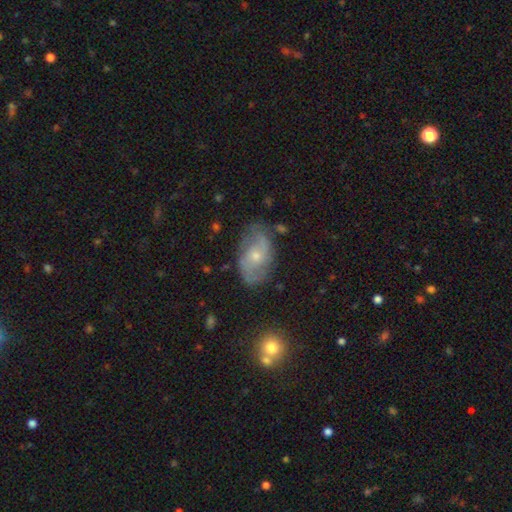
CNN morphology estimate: Smooth or featured?
  - featured or disk: 68% *
  - smooth: 25%
  - star or artifact: 7%
Edge-on disk?
  - no: 95% *
  - yes: 5%
Bar?
  - no: 60% *
  - weak: 33%
  - strong: 6%
Spiral arms?
  - yes: 85% *
  - no: 15%
Spiral winding?
  - medium: 45% *
  - loose: 30%
  - tight: 25%
Spiral arm count?
  - 2: 76% *
  - can't tell: 15%
  - 3: 3%
  - 1: 2%
  - 4: 1%
  - more than 4: 1%
Bulge size?
  - small: 52% *
  - moderate: 43%
  - large: 2%
  - none: 2%
  - dominant: 1%
Merging?
  - none: 71% *
  - minor disturbance: 20%
  - major disturbance: 7%
  - merger: 2%